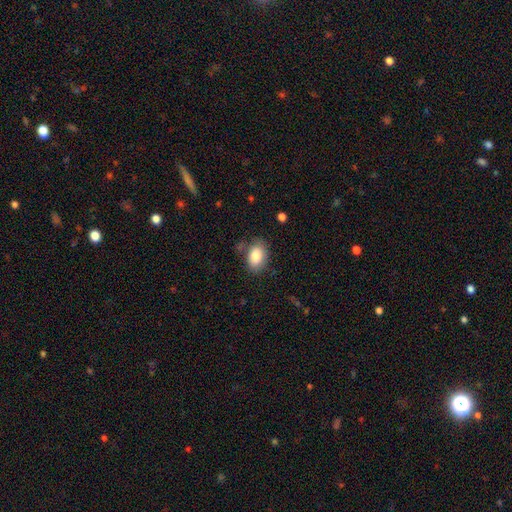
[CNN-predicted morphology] A smooth galaxy with no disk features (85%) that is in between round and cigar-shaped (86%).

Vote fractions:
- Smooth or featured? smooth: 85% / featured or disk: 7% / star or artifact: 7%
- How rounded? in between: 86% / round: 13% / cigar-shaped: 1%
- Merging? none: 74% / minor disturbance: 17% / major disturbance: 5% / merger: 3%